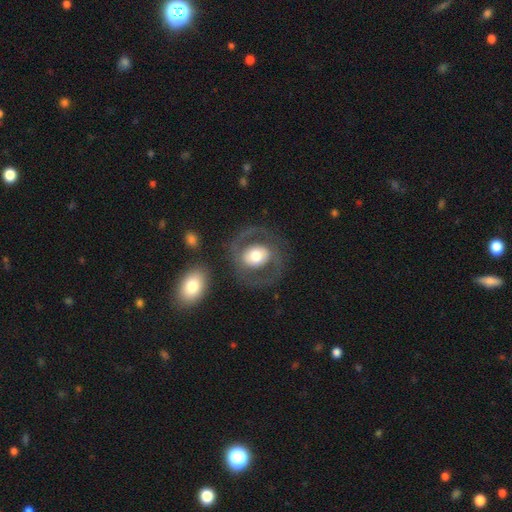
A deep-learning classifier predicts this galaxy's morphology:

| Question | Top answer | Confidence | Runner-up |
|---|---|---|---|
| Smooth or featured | featured or disk | 60% | smooth (34%) |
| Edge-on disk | no | 96% | yes (4%) |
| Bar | no | 61% | weak (24%) |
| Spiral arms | no | 54% | yes (46%) |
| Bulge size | moderate | 52% | large (36%) |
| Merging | none | 75% | major disturbance (11%) |